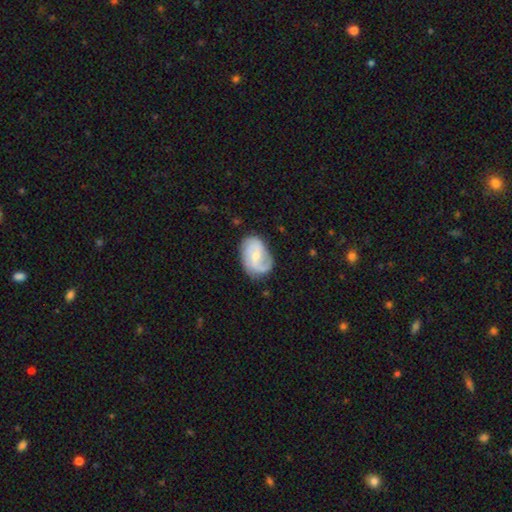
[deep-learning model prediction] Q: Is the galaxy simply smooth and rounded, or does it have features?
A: featured or disk — 74%.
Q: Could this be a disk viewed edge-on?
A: no — 97%.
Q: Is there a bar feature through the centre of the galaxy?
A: no — 49%.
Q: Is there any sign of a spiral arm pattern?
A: yes — 93%.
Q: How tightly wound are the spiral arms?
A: medium — 44%.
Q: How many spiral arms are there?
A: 2 — 63%.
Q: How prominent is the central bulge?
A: small — 56%.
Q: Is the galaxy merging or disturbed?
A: none — 68%.